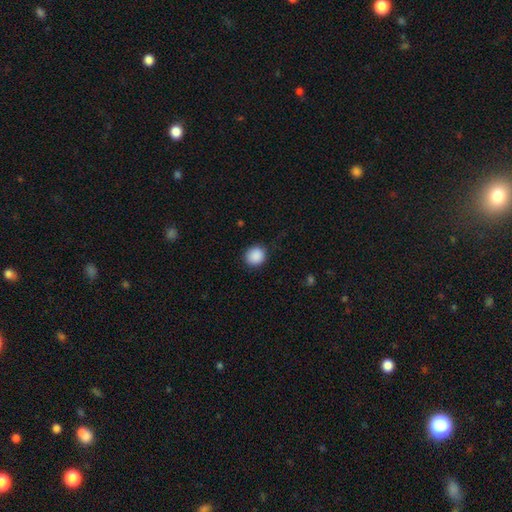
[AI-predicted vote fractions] A smooth galaxy with no disk features (90%) that is round (88%). Merging: none (88%).